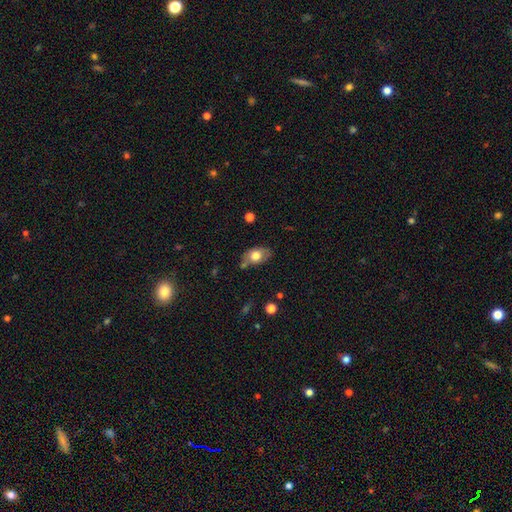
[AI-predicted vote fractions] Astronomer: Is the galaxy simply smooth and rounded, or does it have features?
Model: smooth — 70%.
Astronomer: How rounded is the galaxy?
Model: in between — 85%.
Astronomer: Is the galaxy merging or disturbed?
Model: none — 66%.